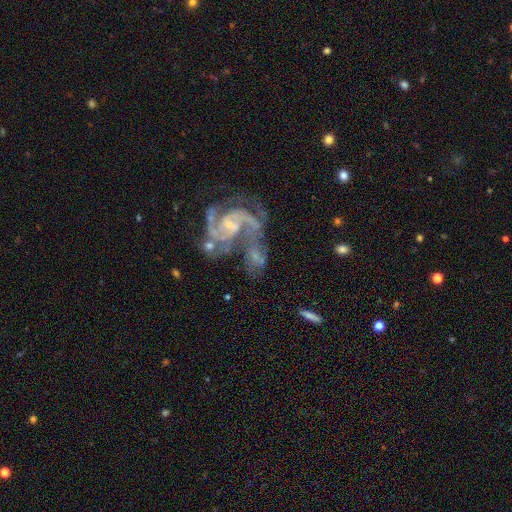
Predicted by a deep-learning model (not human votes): Smooth or featured?
  - featured or disk: 85% *
  - smooth: 8%
  - star or artifact: 7%
Edge-on disk?
  - no: 97% *
  - yes: 3%
Bar?
  - no: 52% *
  - weak: 37%
  - strong: 11%
Spiral arms?
  - yes: 94% *
  - no: 6%
Spiral winding?
  - medium: 51% *
  - loose: 27%
  - tight: 22%
Spiral arm count?
  - 2: 64% *
  - 3: 12%
  - can't tell: 12%
  - 1: 5%
  - 4: 4%
  - more than 4: 3%
Bulge size?
  - small: 66% *
  - moderate: 22%
  - none: 9%
  - large: 2%
  - dominant: 1%
Merging?
  - merger: 51% *
  - none: 21%
  - major disturbance: 17%
  - minor disturbance: 11%